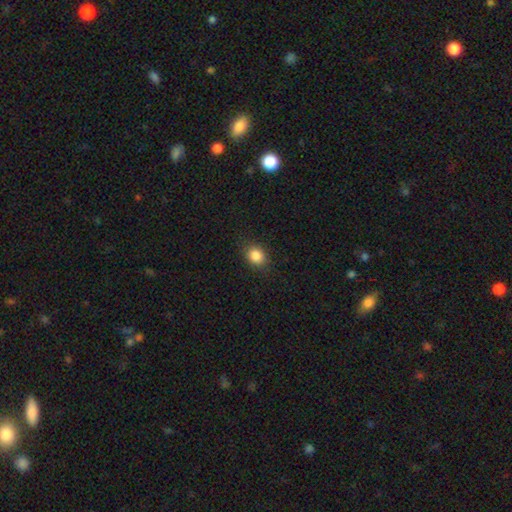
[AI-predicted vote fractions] The model was most divided on "how rounded": in between: 51%, round: 47%, cigar-shaped: 1%. More confident: smooth or featured — smooth (85%); merging — none (85%).